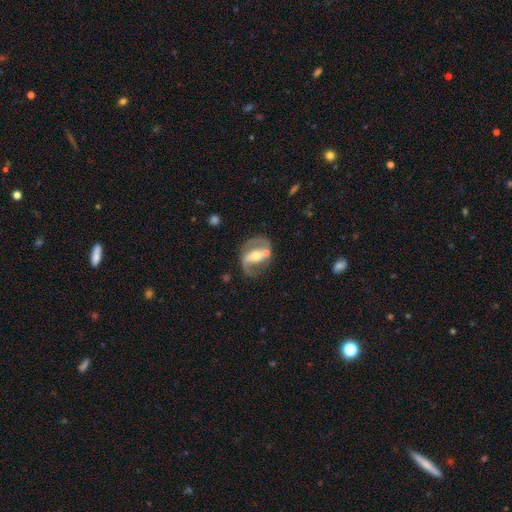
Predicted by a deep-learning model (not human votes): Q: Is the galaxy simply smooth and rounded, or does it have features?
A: featured or disk — 84%.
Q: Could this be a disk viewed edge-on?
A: no — 96%.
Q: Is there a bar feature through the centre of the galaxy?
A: strong — 49%.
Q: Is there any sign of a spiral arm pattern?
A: yes — 88%.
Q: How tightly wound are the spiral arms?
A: medium — 51%.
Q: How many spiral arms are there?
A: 2 — 88%.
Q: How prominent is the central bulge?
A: moderate — 60%.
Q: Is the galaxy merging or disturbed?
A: none — 68%.